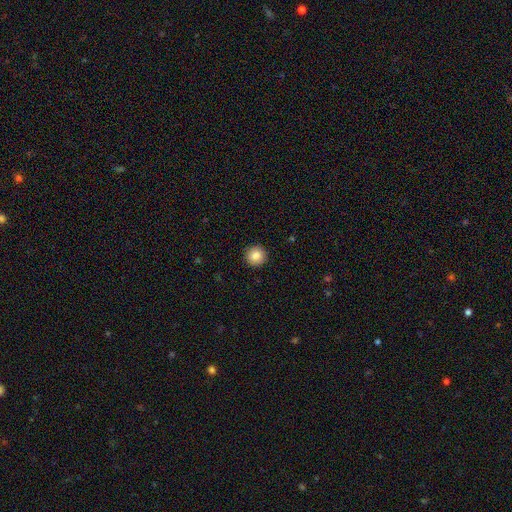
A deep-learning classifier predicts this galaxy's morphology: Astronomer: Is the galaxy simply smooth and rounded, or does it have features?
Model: smooth — 84%.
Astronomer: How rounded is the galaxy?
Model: round — 96%.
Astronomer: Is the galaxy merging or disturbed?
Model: none — 93%.